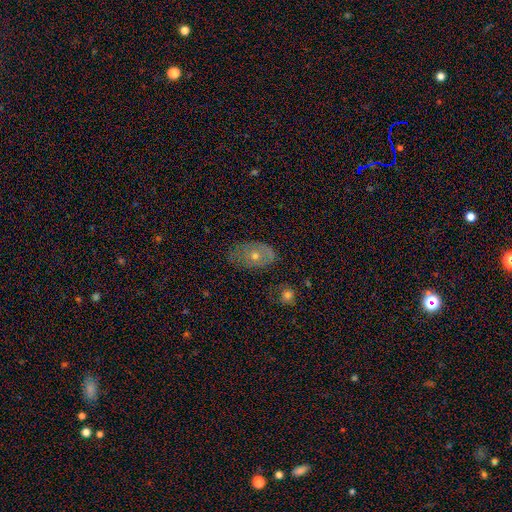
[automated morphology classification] Smooth or featured: smooth — 47% (featured or disk — 44%)
Merging: none — 55% (minor disturbance — 31%)